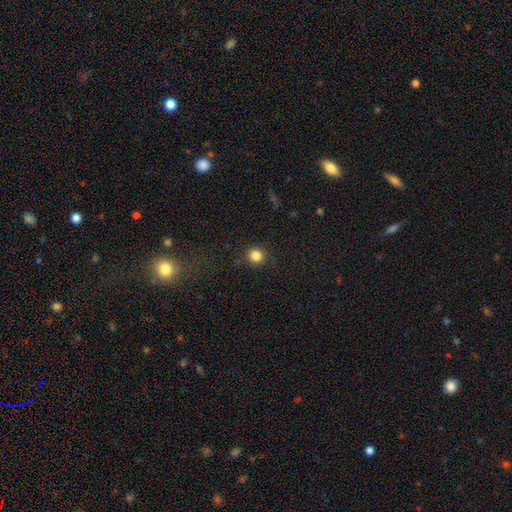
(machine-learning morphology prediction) Smooth or featured: smooth — 83% (star or artifact — 12%)
How rounded: round — 93% (in between — 6%)
Merging: none — 88% (minor disturbance — 8%)